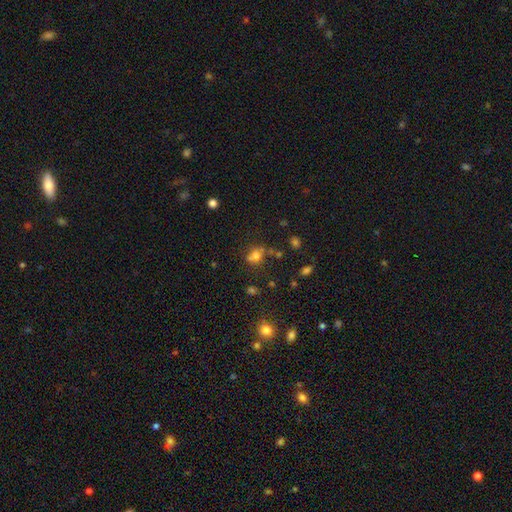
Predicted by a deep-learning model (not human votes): The model was most divided on "how rounded": round: 53%, in between: 45%, cigar-shaped: 2%. Remaining: smooth or featured — smooth (68%); merging — none (49%).